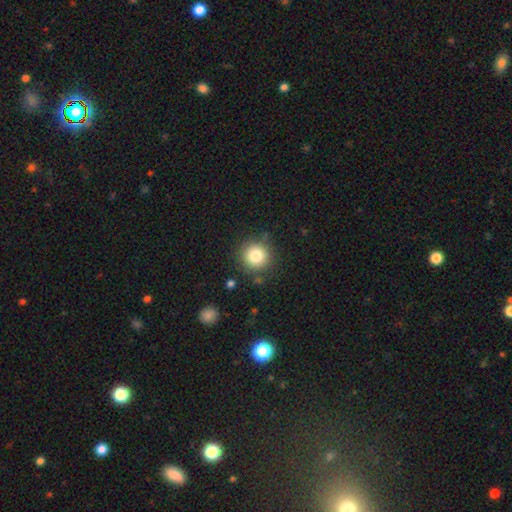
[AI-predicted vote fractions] smooth 82%, star or artifact 11%, featured or disk 7%. Down the decision tree: how rounded — round (94%); merging — none (85%).